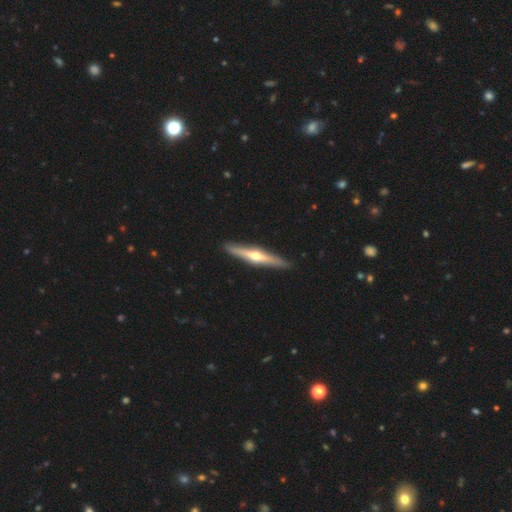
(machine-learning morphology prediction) The model was most divided on "smooth or featured": featured or disk: 72%, smooth: 23%, star or artifact: 5%. More confident: edge-on disk — yes (97%); edge-on bulge — rounded (93%); merging — none (92%).